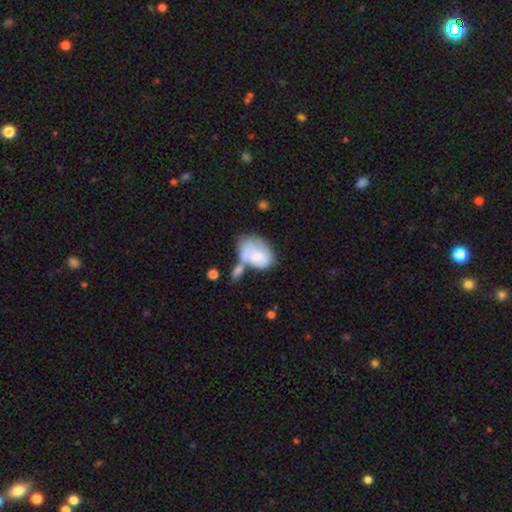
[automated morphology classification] A smooth galaxy with no disk features (64%) that is in between round and cigar-shaped (85%).

Vote fractions:
- Smooth or featured? smooth: 64% / featured or disk: 29% / star or artifact: 7%
- How rounded? in between: 85% / round: 13% / cigar-shaped: 1%
- Merging? merger: 38% / none: 25% / minor disturbance: 21% / major disturbance: 16%